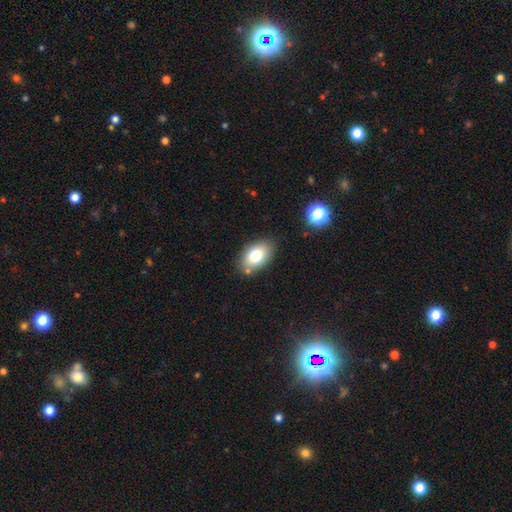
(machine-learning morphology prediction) A smooth galaxy with no disk features (78%) that is in between round and cigar-shaped (90%).

Vote fractions:
- Smooth or featured? smooth: 78% / featured or disk: 14% / star or artifact: 9%
- How rounded? in between: 90% / round: 9% / cigar-shaped: 1%
- Merging? none: 80% / minor disturbance: 13% / merger: 5% / major disturbance: 3%